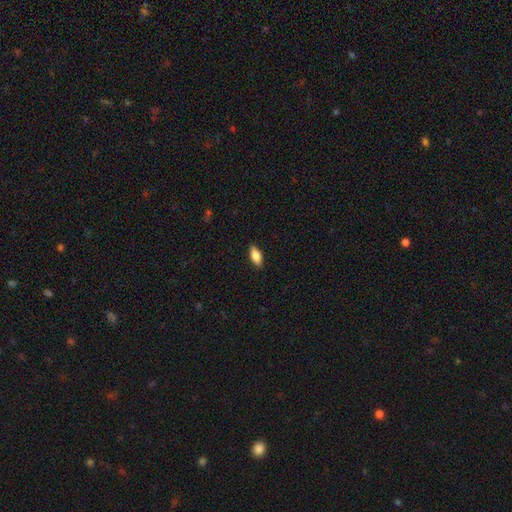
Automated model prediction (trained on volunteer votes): Smooth or featured?
  - smooth: 80% *
  - featured or disk: 13%
  - star or artifact: 7%
How rounded?
  - in between: 81% *
  - cigar-shaped: 17%
  - round: 3%
Merging?
  - none: 88% *
  - minor disturbance: 9%
  - major disturbance: 2%
  - merger: 1%